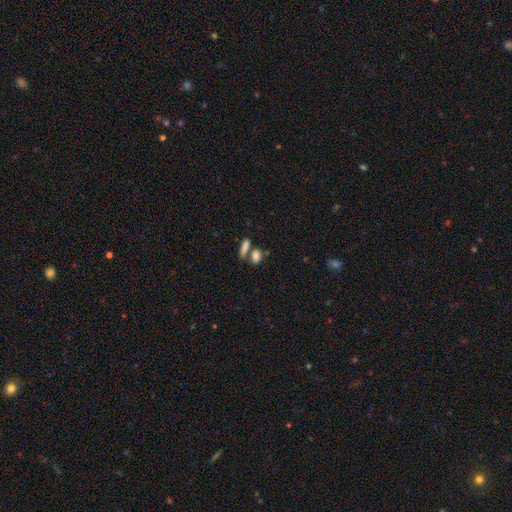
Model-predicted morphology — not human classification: This is clearly a smooth galaxy (83%). How rounded: likely in between (73%). Merging: possibly none (51%).